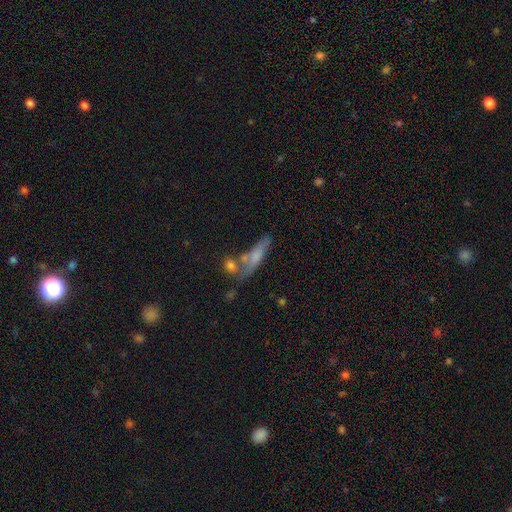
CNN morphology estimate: Smooth or featured: smooth — 64% (featured or disk — 28%)
How rounded: cigar-shaped — 66% (in between — 29%)
Merging: none — 47% (merger — 24%)